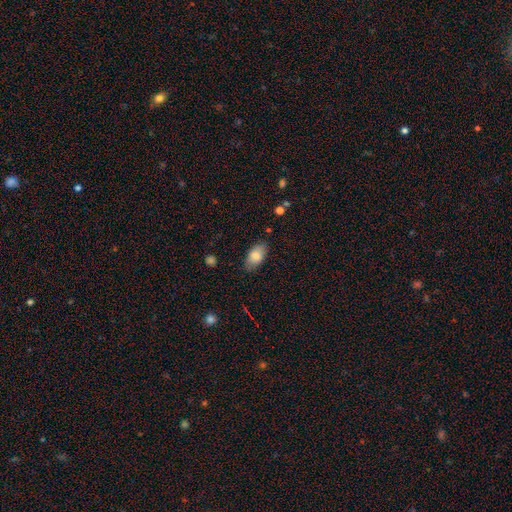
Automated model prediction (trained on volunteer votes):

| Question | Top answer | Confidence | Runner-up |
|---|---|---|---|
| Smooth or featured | smooth | 81% | featured or disk (12%) |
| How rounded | in between | 92% | cigar-shaped (4%) |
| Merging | none | 83% | minor disturbance (13%) |